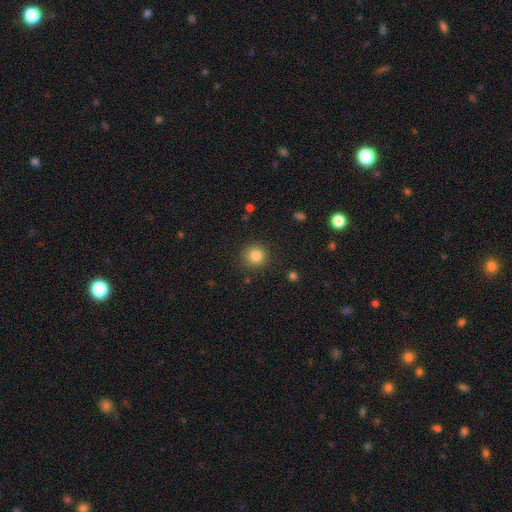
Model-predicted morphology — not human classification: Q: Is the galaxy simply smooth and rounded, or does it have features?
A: smooth — 84%.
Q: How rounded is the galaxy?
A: round — 92%.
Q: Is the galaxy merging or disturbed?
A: none — 89%.